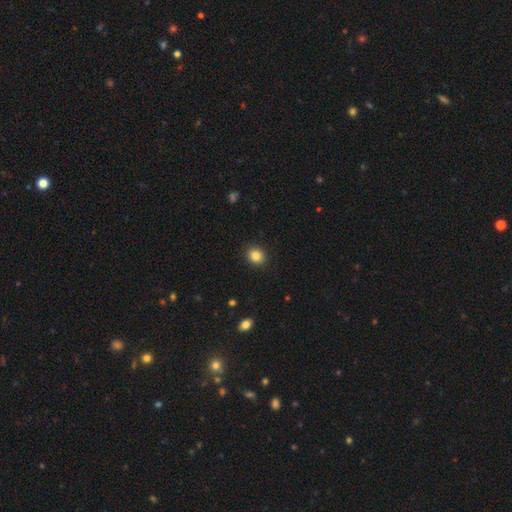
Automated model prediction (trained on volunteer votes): smooth 85%, star or artifact 10%, featured or disk 5%. Down the decision tree: how rounded — round (70%); merging — none (91%).